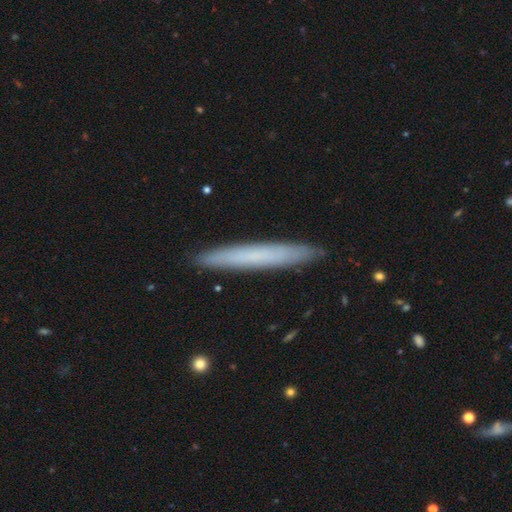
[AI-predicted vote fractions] A smooth galaxy with no disk features (58%) that is cigar-shaped (96%).

Vote fractions:
- Smooth or featured? smooth: 58% / featured or disk: 35% / star or artifact: 7%
- How rounded? cigar-shaped: 96% / in between: 3% / round: 1%
- Merging? none: 91% / minor disturbance: 7% / major disturbance: 1% / merger: 1%